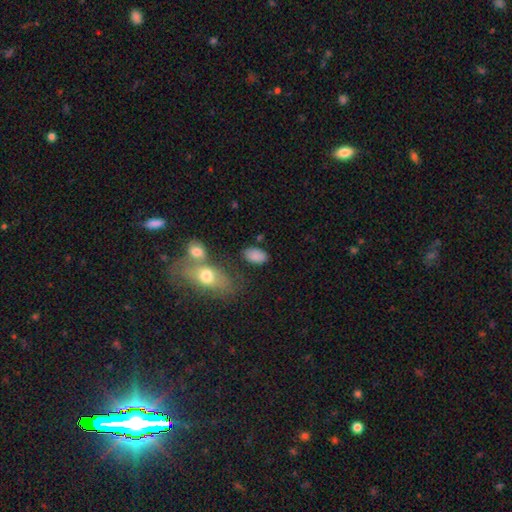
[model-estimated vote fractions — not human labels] The model was most divided on "merging": none: 65%, minor disturbance: 17%, merger: 10%, major disturbance: 7%. More confident: how rounded — in between (91%); smooth or featured — smooth (83%).